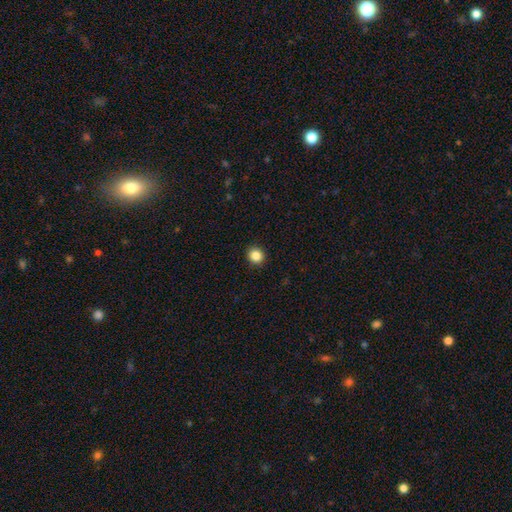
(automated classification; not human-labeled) Morphology: type=smooth (86%); roundness=round (88%); merging=none (93%).